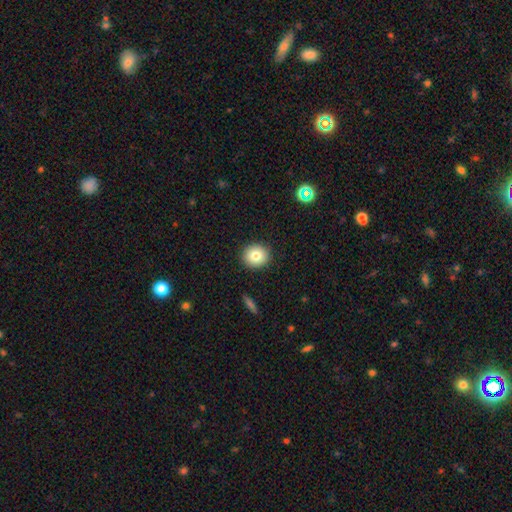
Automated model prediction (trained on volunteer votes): A smooth galaxy with no disk features (81%) that is round (85%).

Vote fractions:
- Smooth or featured? smooth: 81% / featured or disk: 10% / star or artifact: 10%
- How rounded? round: 85% / in between: 14% / cigar-shaped: 1%
- Merging? none: 91% / minor disturbance: 6% / major disturbance: 2% / merger: 1%